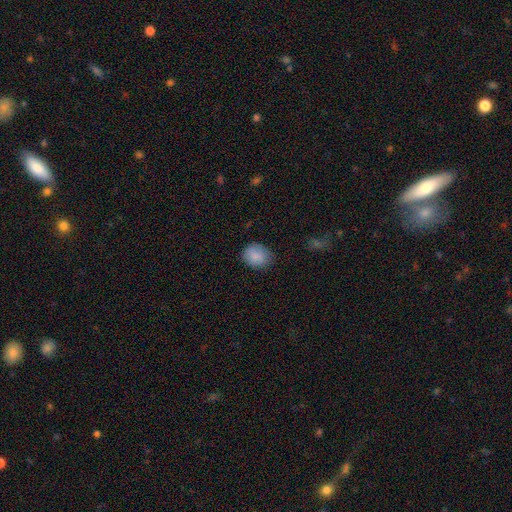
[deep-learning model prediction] Smooth or featured? smooth (87%)
How rounded? round (57%)
Merging? none (76%)